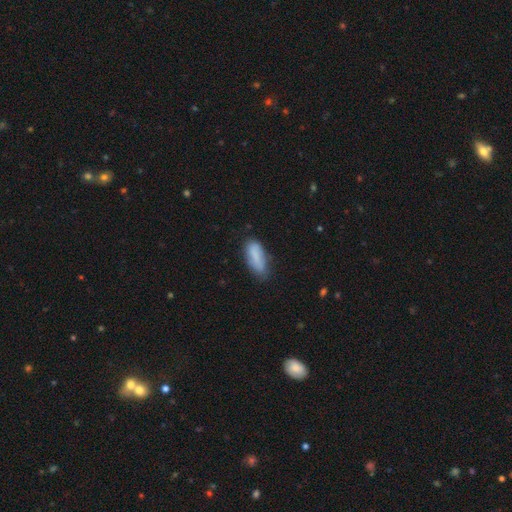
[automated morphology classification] type=smooth (81%); roundness=in between (74%); merging=none (64%).